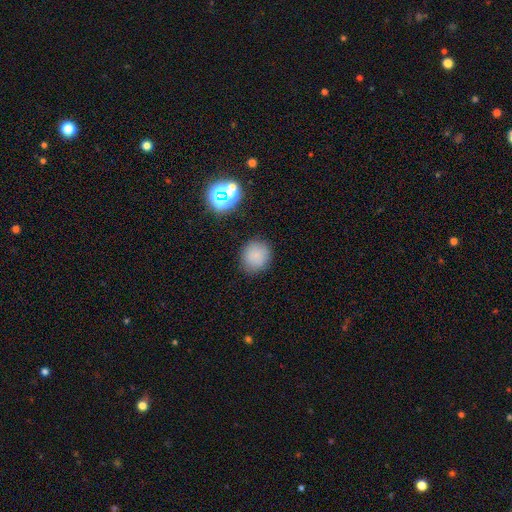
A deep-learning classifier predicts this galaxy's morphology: Overall: smooth (80%). How rounded: round (85%). Merging: none (87%).